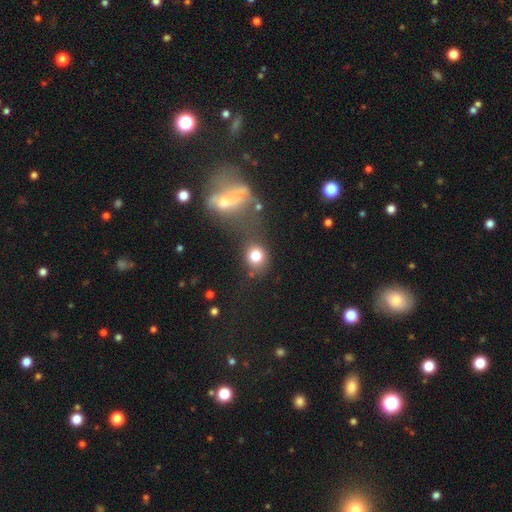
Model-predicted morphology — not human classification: Smooth or featured?
  - smooth: 78% *
  - star or artifact: 12%
  - featured or disk: 10%
How rounded?
  - round: 72% *
  - in between: 27%
  - cigar-shaped: 2%
Merging?
  - none: 57% *
  - merger: 20%
  - minor disturbance: 14%
  - major disturbance: 9%